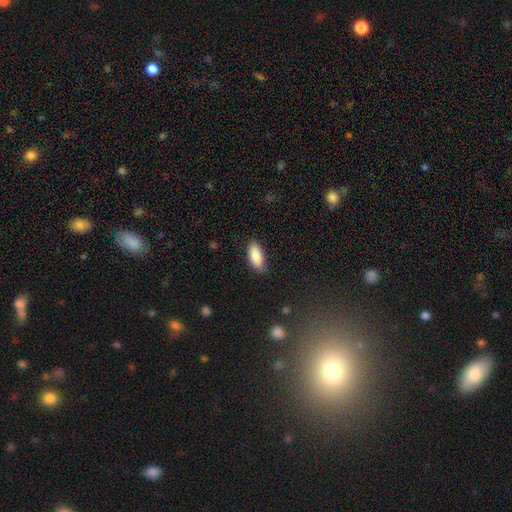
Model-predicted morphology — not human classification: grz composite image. It shows a smooth galaxy with no disk features (87%) that is in between round and cigar-shaped (83%). Merging: none (81%).